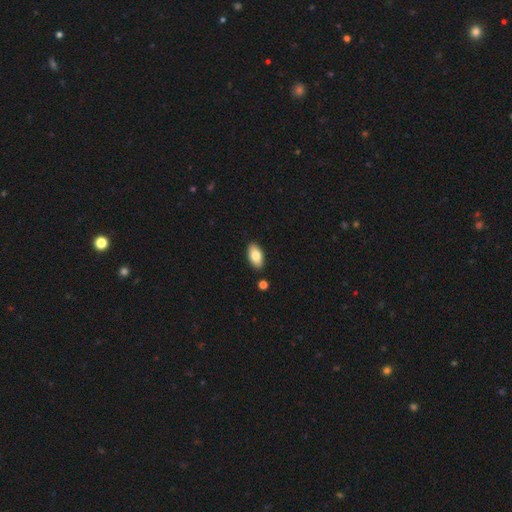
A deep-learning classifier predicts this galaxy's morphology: Smooth or featured? Predicted: smooth (p=0.82). How rounded? Predicted: in between (p=0.93). Merging? Predicted: none (p=0.87).